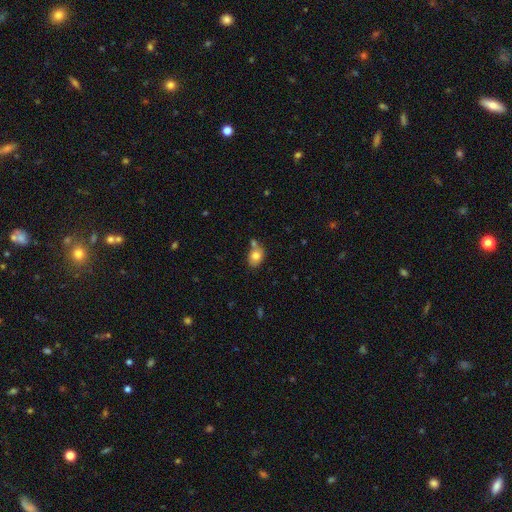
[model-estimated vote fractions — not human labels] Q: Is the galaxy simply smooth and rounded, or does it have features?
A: smooth — 79%.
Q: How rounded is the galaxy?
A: in between — 64%.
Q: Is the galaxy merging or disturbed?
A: none — 58%.